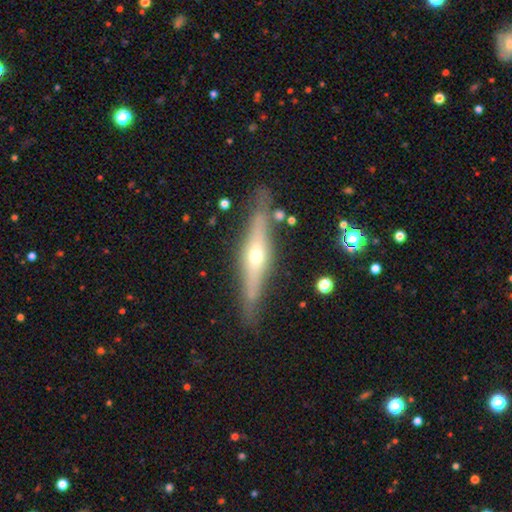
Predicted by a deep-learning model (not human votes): Morphology: type=featured or disk (71%); edge-on=yes (92%); edge-on bulge=rounded (85%); merging=none (83%).